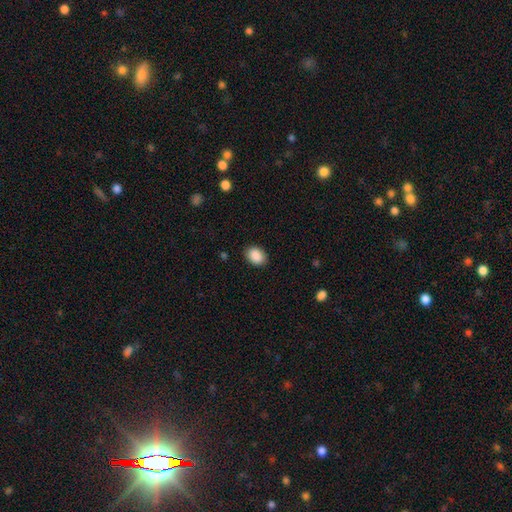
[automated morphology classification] smooth-or-featured: smooth: 90% | star or artifact: 7% | featured or disk: 3%
  how-rounded: in between: 72% | round: 27% | cigar-shaped: 1%
  merging: none: 87% | minor disturbance: 10% | major disturbance: 2% | merger: 1%